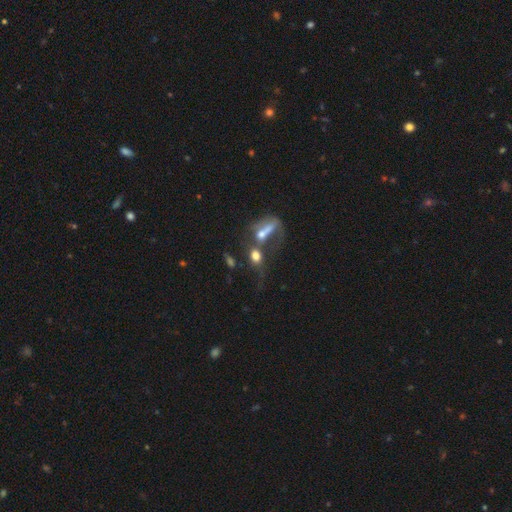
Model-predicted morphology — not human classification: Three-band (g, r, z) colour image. It shows a smooth galaxy with no disk features (63%) that is in between round and cigar-shaped (56%). Merging: merger (55%).